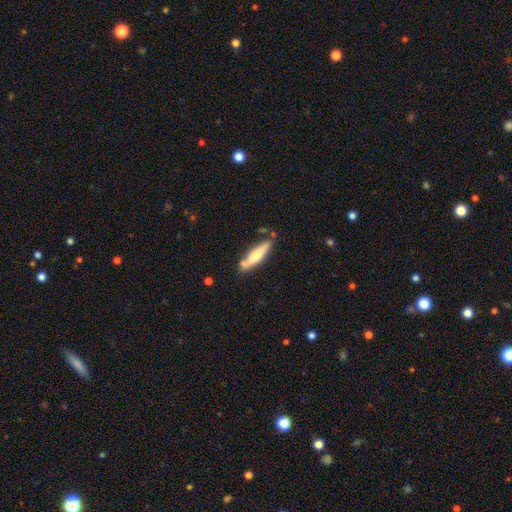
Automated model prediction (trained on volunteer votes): A smooth galaxy with no disk features (51%) that is cigar-shaped (79%).

Vote fractions:
- Smooth or featured? smooth: 51% / featured or disk: 43% / star or artifact: 5%
- How rounded? cigar-shaped: 79% / in between: 19% / round: 2%
- Merging? none: 73% / minor disturbance: 17% / merger: 7% / major disturbance: 3%